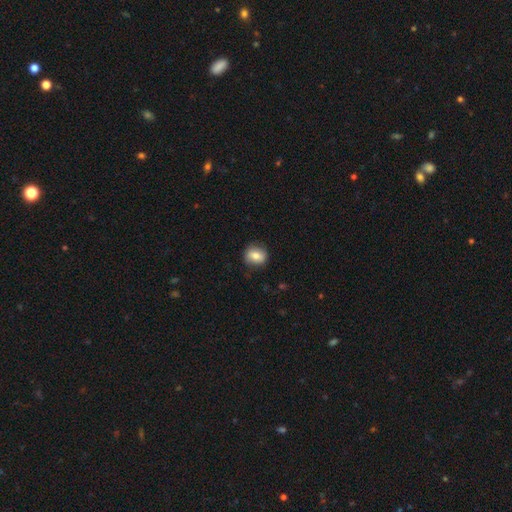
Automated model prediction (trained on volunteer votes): Q: Smooth or featured?
A: smooth (73%); runner-up: featured or disk (19%)
Q: How rounded?
A: round (68%); runner-up: in between (31%)
Q: Merging?
A: none (83%); runner-up: minor disturbance (13%)